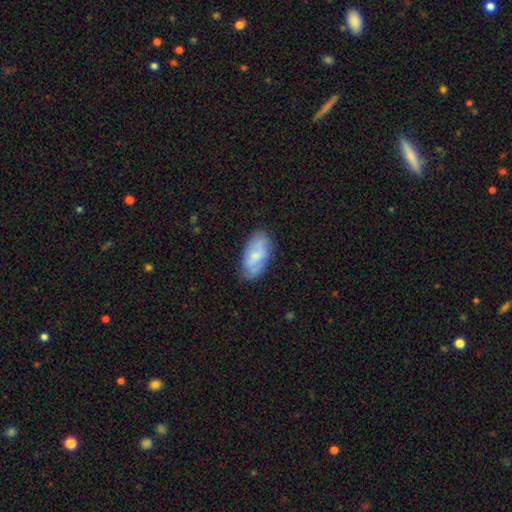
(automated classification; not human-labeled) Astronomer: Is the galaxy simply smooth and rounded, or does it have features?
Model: smooth — 57% (runner-up: featured or disk, 36%).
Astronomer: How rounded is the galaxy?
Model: in between — 93%.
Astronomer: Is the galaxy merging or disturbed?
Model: none — 77%.